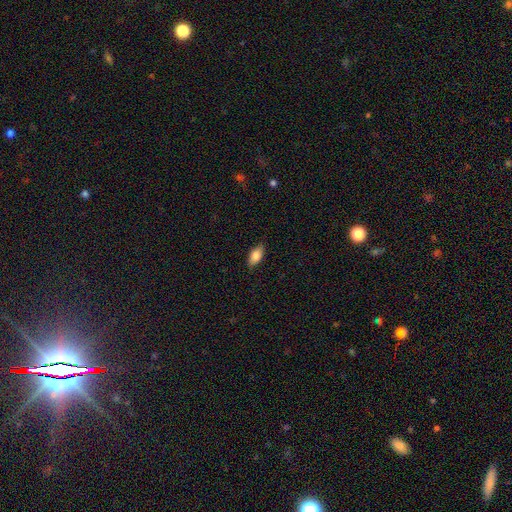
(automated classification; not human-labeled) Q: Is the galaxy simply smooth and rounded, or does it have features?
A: smooth — 83%.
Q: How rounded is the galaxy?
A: in between — 89%.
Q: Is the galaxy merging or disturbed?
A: none — 85%.